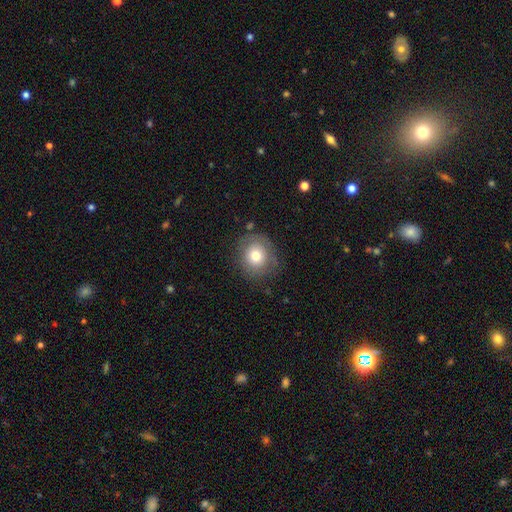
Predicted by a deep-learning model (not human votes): smooth_or_featured: smooth (p=0.73) [alt: featured or disk p=0.18]
how_rounded: round (p=0.85) [alt: in between p=0.14]
merging: none (p=0.78) [alt: minor disturbance p=0.15]